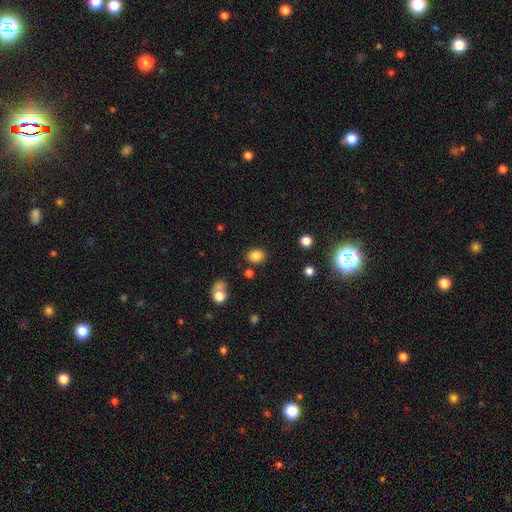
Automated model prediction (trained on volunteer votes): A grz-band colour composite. It shows a smooth galaxy with no disk features (84%) that is round (54%). Merging: none (83%).